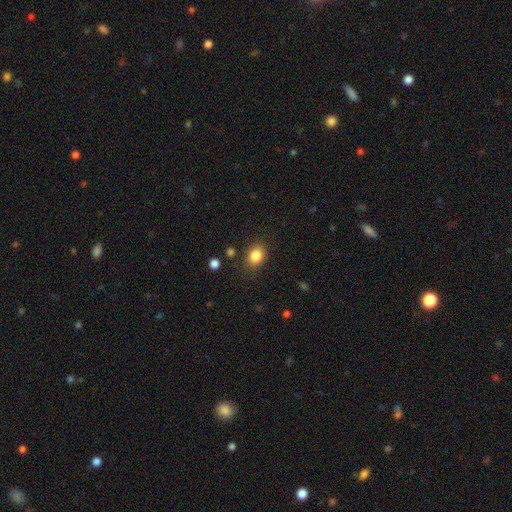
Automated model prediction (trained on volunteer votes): Smooth or featured? Predicted: smooth (p=0.85). How rounded? Predicted: in between (p=0.61). Merging? Predicted: none (p=0.83).